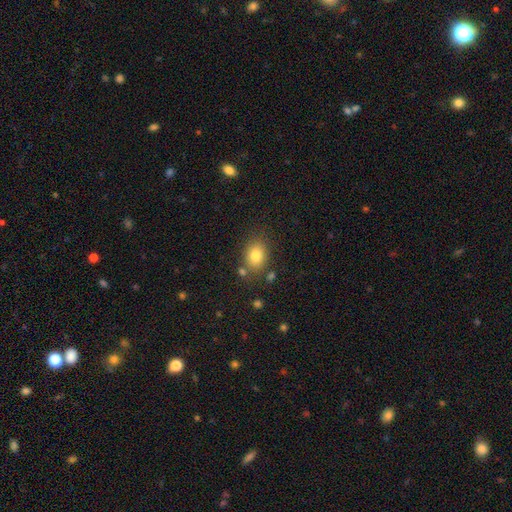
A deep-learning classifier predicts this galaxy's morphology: type=smooth (80%); roundness=in between (56%); merging=none (75%).